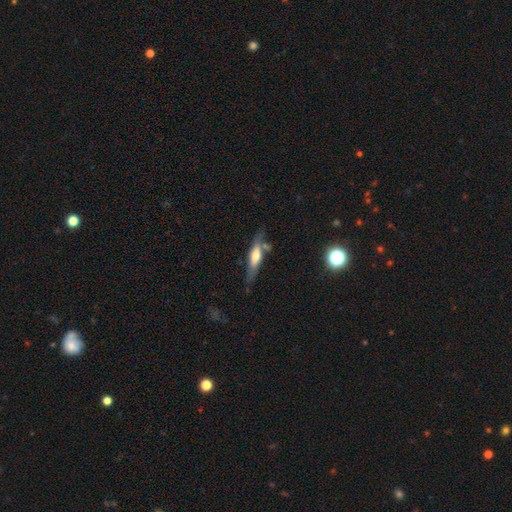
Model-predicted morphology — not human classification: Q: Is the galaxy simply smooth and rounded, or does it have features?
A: featured or disk — 53%.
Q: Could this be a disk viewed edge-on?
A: yes — 85%.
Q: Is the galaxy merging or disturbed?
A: none — 64%.